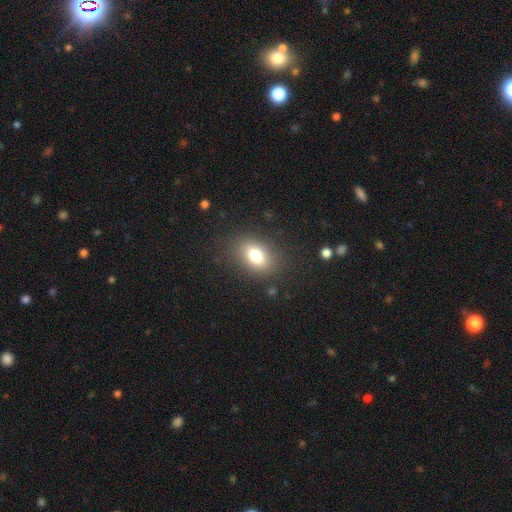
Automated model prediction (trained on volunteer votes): Smooth or featured? smooth (77%)
How rounded? in between (77%)
Merging? none (84%)